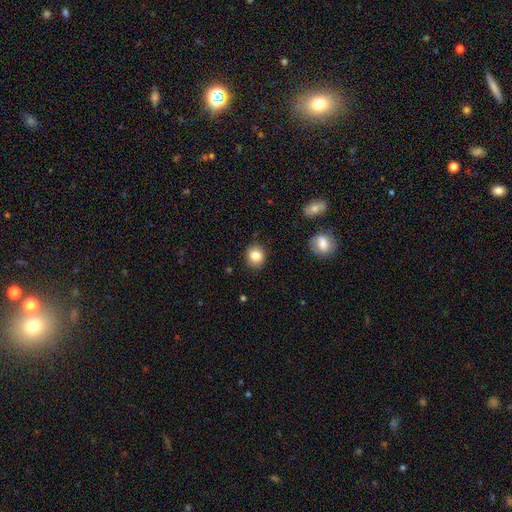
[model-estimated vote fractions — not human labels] Smooth or featured?
  - smooth: 84% *
  - star or artifact: 10%
  - featured or disk: 6%
How rounded?
  - round: 77% *
  - in between: 22%
  - cigar-shaped: 1%
Merging?
  - none: 88% *
  - minor disturbance: 9%
  - major disturbance: 2%
  - merger: 1%